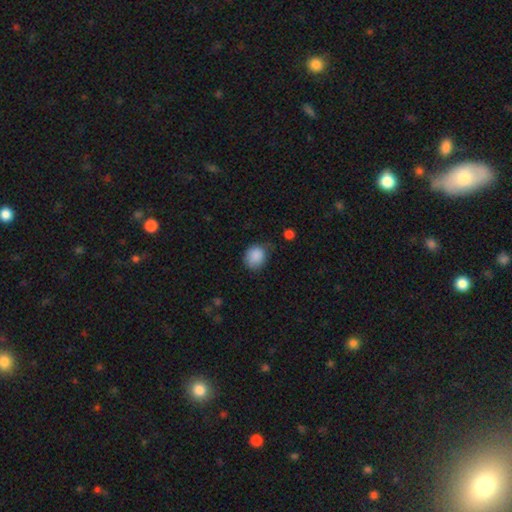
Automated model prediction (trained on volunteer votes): Q: Smooth or featured?
A: smooth (88%); runner-up: star or artifact (8%)
Q: How rounded?
A: round (71%); runner-up: in between (28%)
Q: Merging?
A: none (62%); runner-up: minor disturbance (28%)